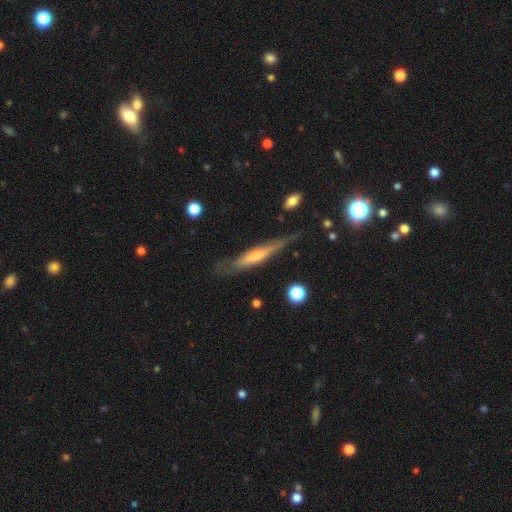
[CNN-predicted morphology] Smooth or featured? featured or disk (61%)
Edge-on disk? yes (89%)
Edge-on bulge? rounded (55%)
Merging? none (74%)